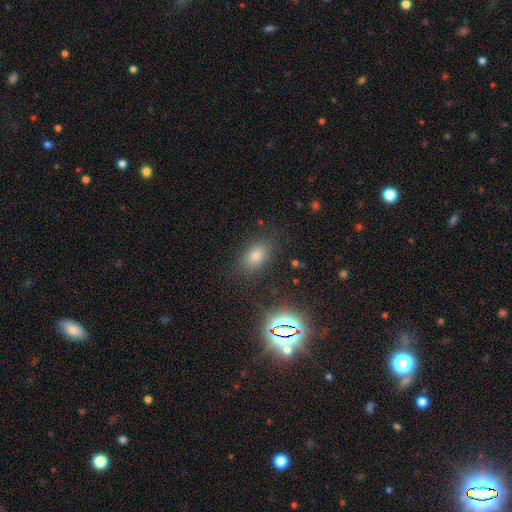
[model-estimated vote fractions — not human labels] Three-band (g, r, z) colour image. It shows a smooth galaxy with no disk features (68%) that is in between round and cigar-shaped (81%). Merging: none (83%).